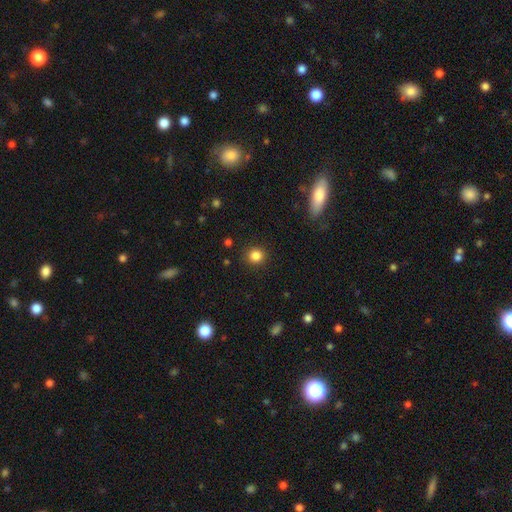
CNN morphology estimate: Smooth or featured?
  - smooth: 84% *
  - star or artifact: 12%
  - featured or disk: 4%
How rounded?
  - round: 90% *
  - in between: 9%
  - cigar-shaped: 1%
Merging?
  - none: 90% *
  - minor disturbance: 6%
  - major disturbance: 2%
  - merger: 1%